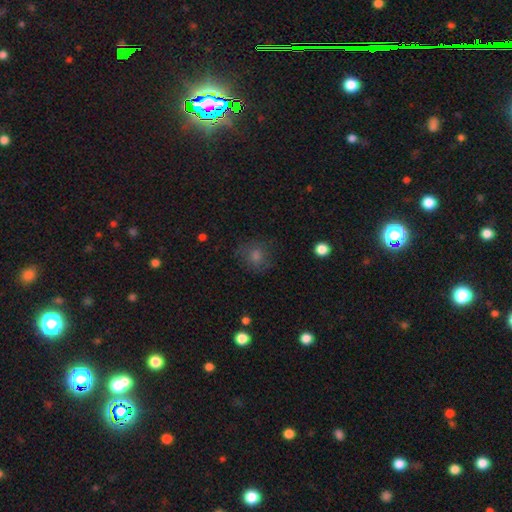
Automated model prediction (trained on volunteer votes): Smooth or featured? smooth (57%)
How rounded? round (84%)
Merging? none (78%)